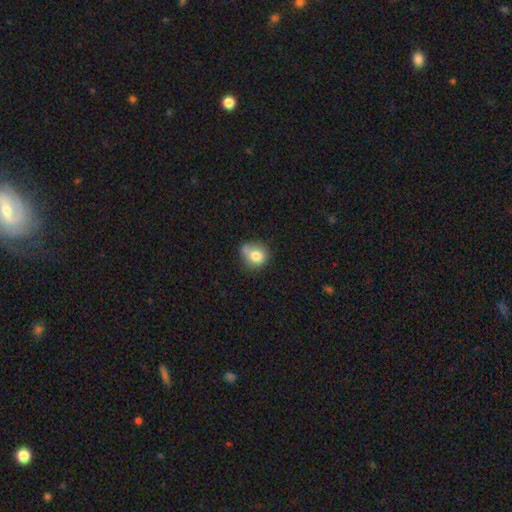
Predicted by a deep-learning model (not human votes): Smooth or featured? Predicted: smooth (p=0.77). How rounded? Predicted: round (p=0.70). Merging? Predicted: none (p=0.43).